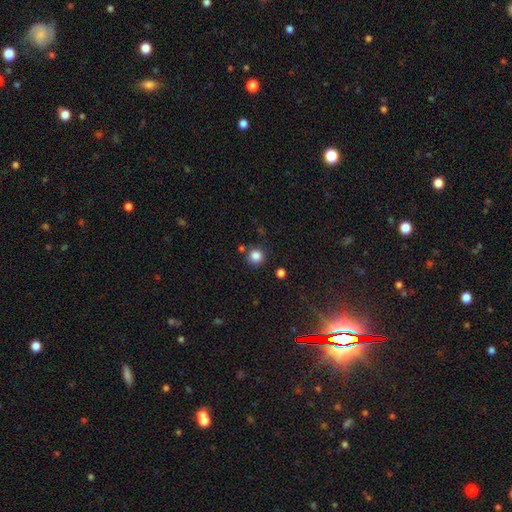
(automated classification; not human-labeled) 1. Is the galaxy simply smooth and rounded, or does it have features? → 84% smooth, 12% star or artifact, 4% featured or disk.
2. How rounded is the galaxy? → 93% round, 6% in between, 1% cigar-shaped.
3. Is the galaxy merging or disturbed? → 83% none, 8% minor disturbance, 6% merger, 3% major disturbance.